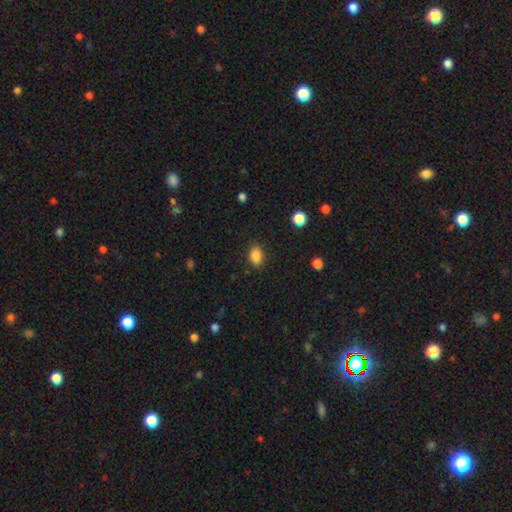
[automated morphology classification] smooth-or-featured: smooth: 87% | star or artifact: 10% | featured or disk: 4%
  how-rounded: in between: 80% | round: 19% | cigar-shaped: 1%
  merging: none: 86% | minor disturbance: 10% | major disturbance: 3% | merger: 1%